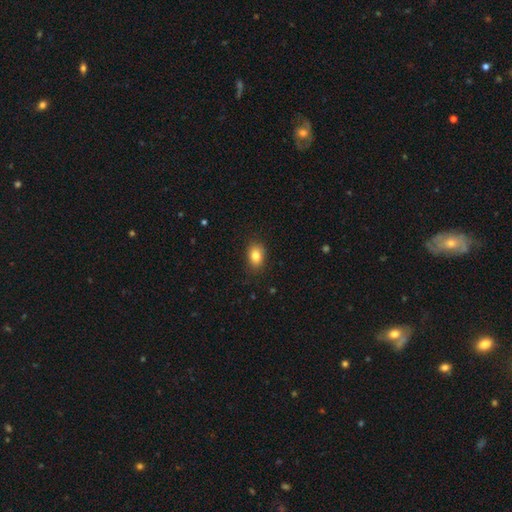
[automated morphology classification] Q: Smooth or featured?
A: smooth (83%); runner-up: star or artifact (10%)
Q: How rounded?
A: in between (69%); runner-up: round (30%)
Q: Merging?
A: none (85%); runner-up: minor disturbance (11%)